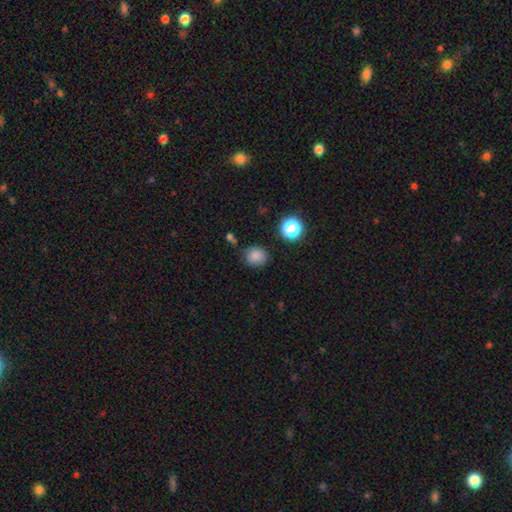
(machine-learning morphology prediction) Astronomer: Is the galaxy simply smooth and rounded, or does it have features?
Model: smooth — 80%.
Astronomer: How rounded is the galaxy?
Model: round — 79%.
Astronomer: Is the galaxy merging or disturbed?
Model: none — 77%.